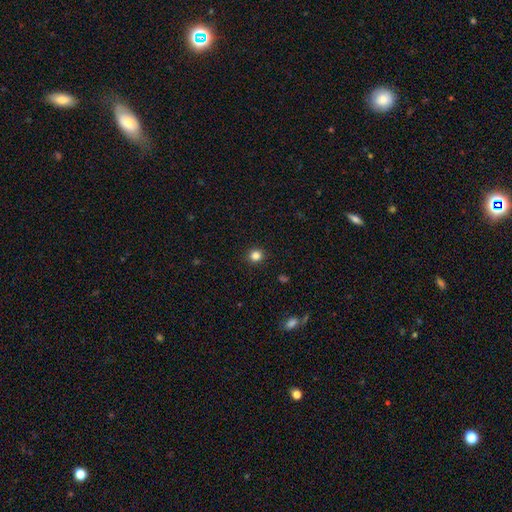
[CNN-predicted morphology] Q: Smooth or featured?
A: smooth (84%); runner-up: star or artifact (13%)
Q: How rounded?
A: round (92%); runner-up: in between (7%)
Q: Merging?
A: none (92%); runner-up: minor disturbance (5%)